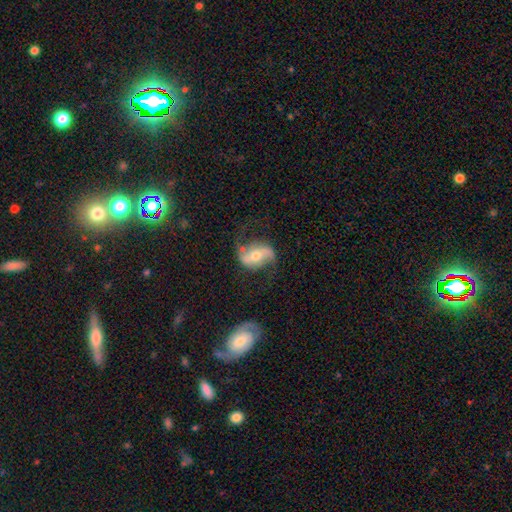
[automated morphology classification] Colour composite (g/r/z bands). It shows a featured or disk galaxy (81%) with a strong bar (41%), 2 (92%) loose (66%) spiral arms (92%) and a moderate central bulge (62%). Merging: none (70%).